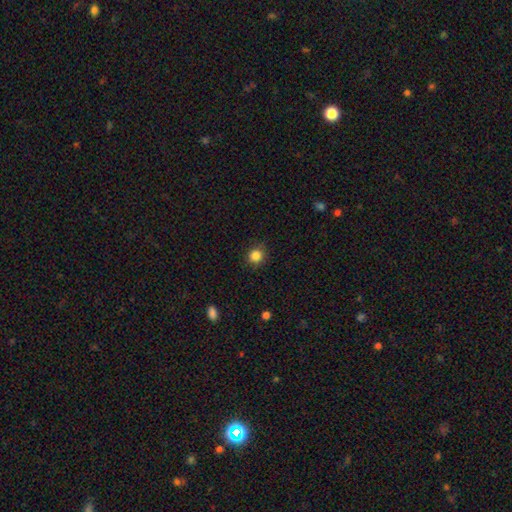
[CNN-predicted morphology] Q: Smooth or featured?
A: smooth (85%); runner-up: star or artifact (11%)
Q: How rounded?
A: round (89%); runner-up: in between (10%)
Q: Merging?
A: none (88%); runner-up: minor disturbance (9%)